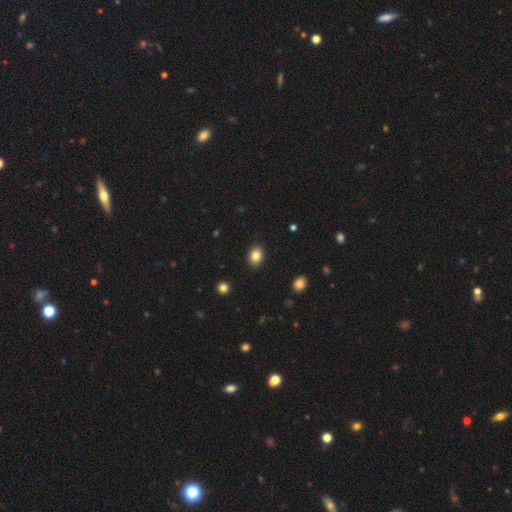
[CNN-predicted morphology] Smooth or featured? Predicted: smooth (p=0.84). How rounded? Predicted: in between (p=0.67). Merging? Predicted: none (p=0.89).